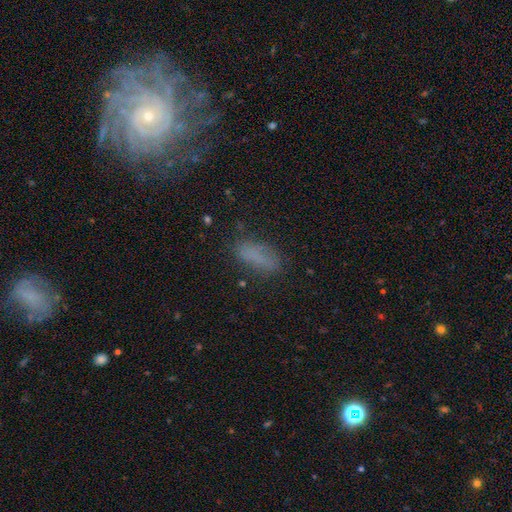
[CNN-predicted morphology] smooth 71%, featured or disk 14%, star or artifact 14%. Down the decision tree: how rounded — in between (70%); merging — none (68%).